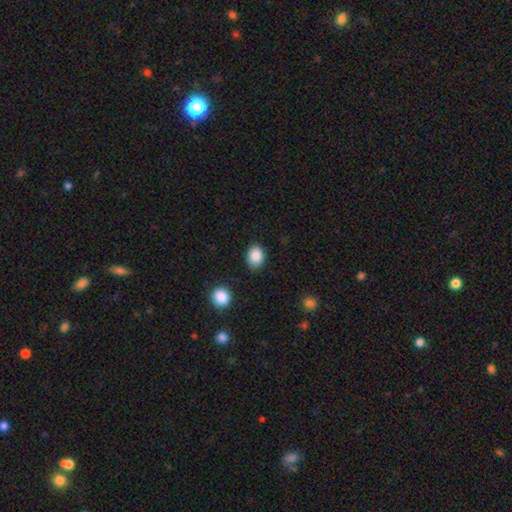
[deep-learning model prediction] smooth-or-featured: smooth: 88% | star or artifact: 8% | featured or disk: 4%
  how-rounded: in between: 67% | round: 32% | cigar-shaped: 1%
  merging: none: 84% | minor disturbance: 11% | major disturbance: 3% | merger: 2%